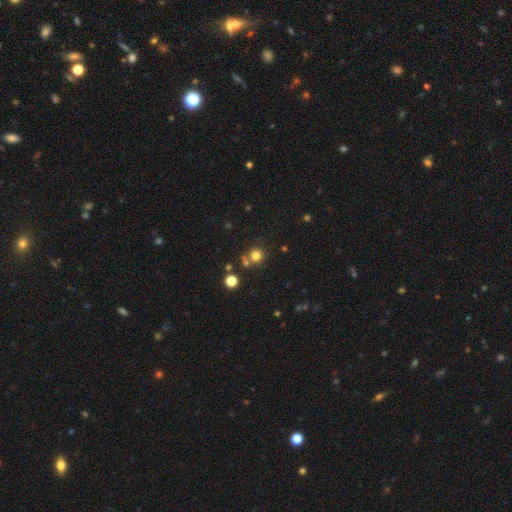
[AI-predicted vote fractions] Smooth or featured? Predicted: smooth (p=0.76). How rounded? Predicted: round (p=0.90). Merging? Predicted: none (p=0.66).